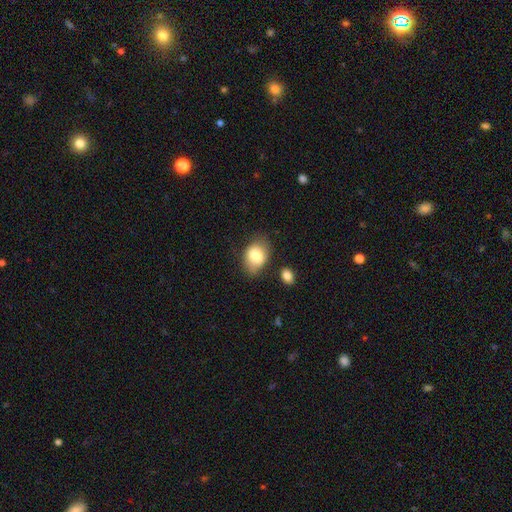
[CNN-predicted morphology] smooth-or-featured: smooth: 77% | featured or disk: 15% | star or artifact: 8%
  how-rounded: in between: 72% | round: 27% | cigar-shaped: 1%
  merging: none: 64% | minor disturbance: 23% | major disturbance: 6% | merger: 6%